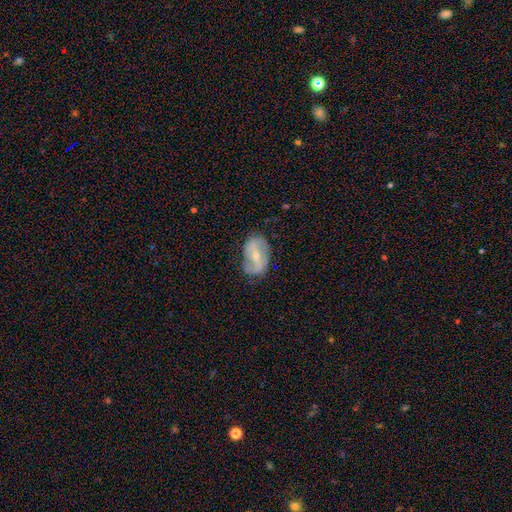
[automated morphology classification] type=featured or disk (71%); edge-on=no (94%); bar=strong (48%); spiral arms=yes (71%); bulge=small (53%); merging=none (69%).